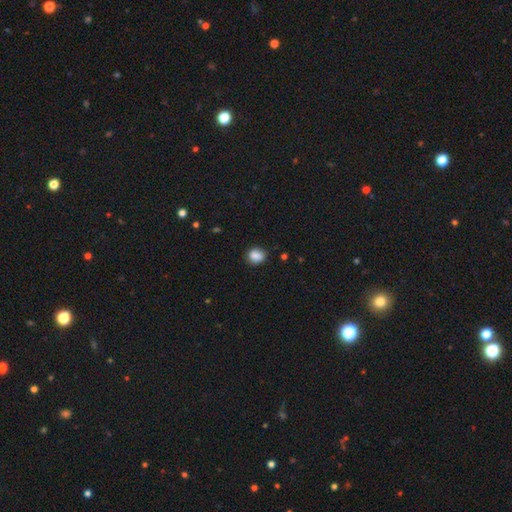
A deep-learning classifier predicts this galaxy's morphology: Smooth or featured? Predicted: smooth (p=0.87). How rounded? Predicted: round (p=0.62). Merging? Predicted: none (p=0.79).